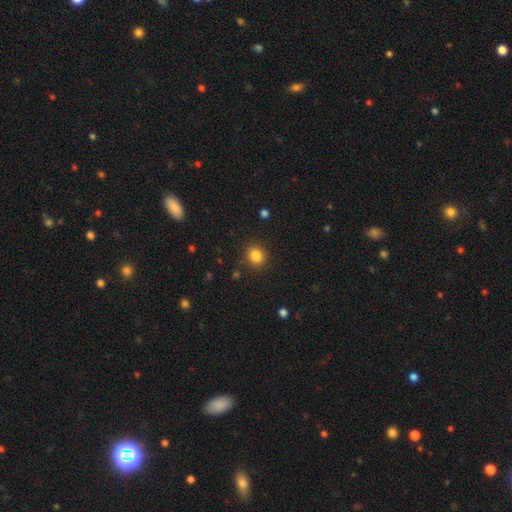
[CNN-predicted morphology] Smooth or featured?
  - smooth: 84% *
  - star or artifact: 11%
  - featured or disk: 4%
How rounded?
  - round: 78% *
  - in between: 21%
  - cigar-shaped: 1%
Merging?
  - none: 88% *
  - minor disturbance: 8%
  - major disturbance: 3%
  - merger: 1%